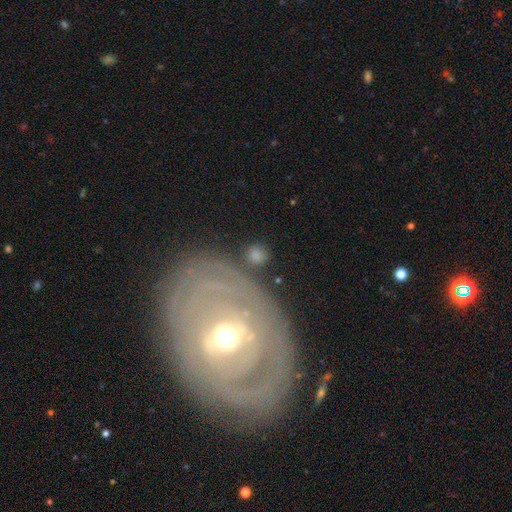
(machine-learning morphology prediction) type=smooth (75%); roundness=round (87%); merging=none (79%).